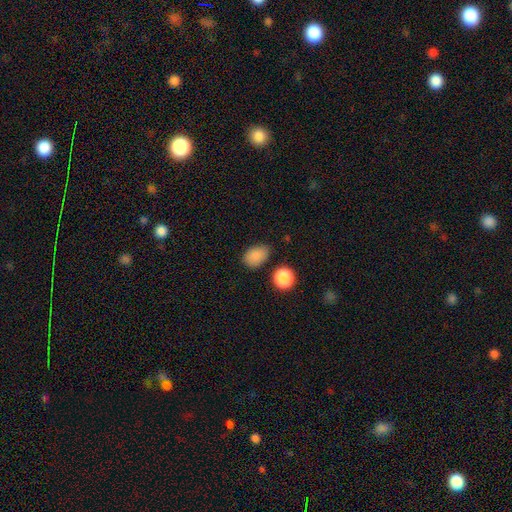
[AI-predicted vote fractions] smooth-or-featured: smooth: 86% | star or artifact: 10% | featured or disk: 4%
  how-rounded: in between: 81% | round: 18% | cigar-shaped: 1%
  merging: none: 72% | minor disturbance: 20% | major disturbance: 4% | merger: 4%